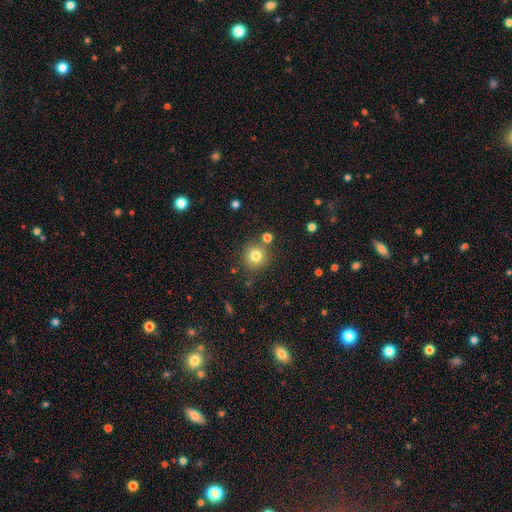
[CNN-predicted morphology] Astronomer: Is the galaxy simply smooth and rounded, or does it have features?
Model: smooth — 79%.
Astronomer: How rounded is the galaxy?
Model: round — 92%.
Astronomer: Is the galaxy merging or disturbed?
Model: none — 79%.